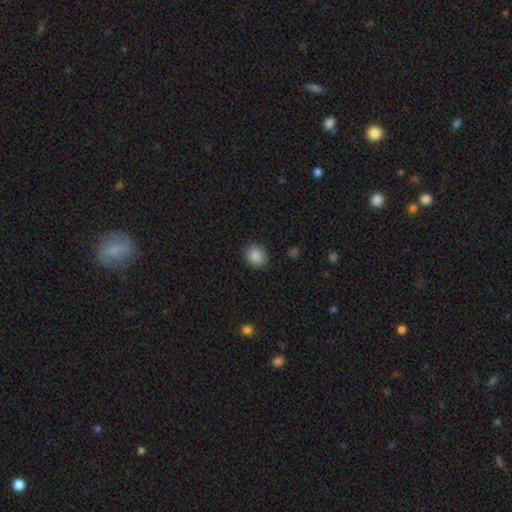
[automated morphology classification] Smooth or featured? smooth (87%)
How rounded? round (65%)
Merging? none (88%)